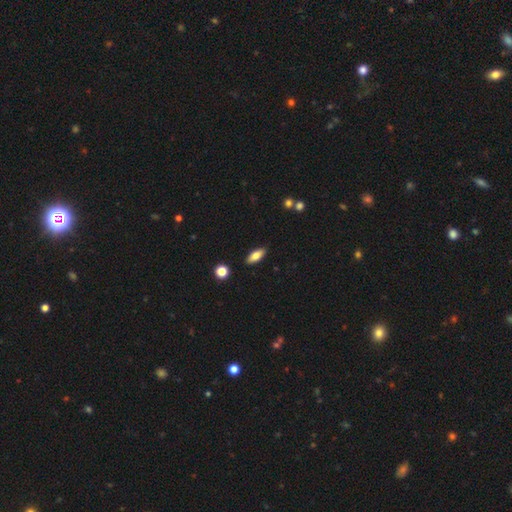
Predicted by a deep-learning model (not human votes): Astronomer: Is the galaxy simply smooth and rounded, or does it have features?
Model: smooth — 74%.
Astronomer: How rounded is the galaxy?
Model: in between — 77%.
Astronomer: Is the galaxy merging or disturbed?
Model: none — 88%.